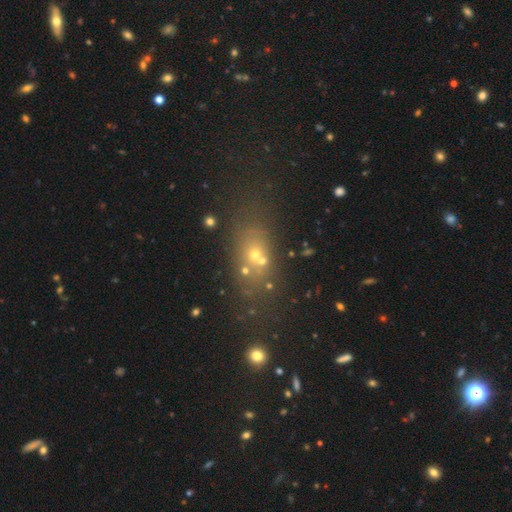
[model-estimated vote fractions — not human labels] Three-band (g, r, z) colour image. It shows a smooth galaxy with no disk features (48%). Merging: none (55%).